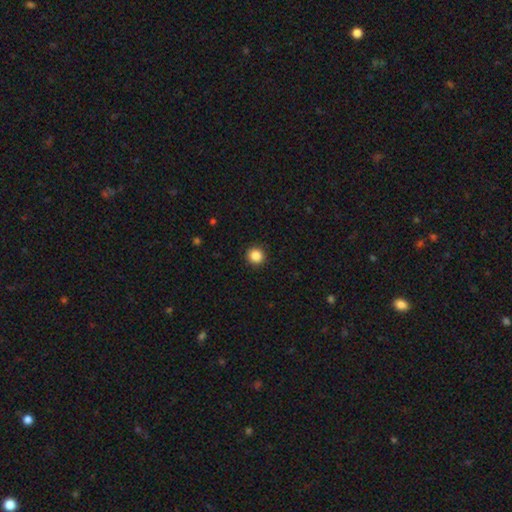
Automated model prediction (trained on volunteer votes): Overall: smooth (86%). How rounded: round (95%). Merging: none (93%).